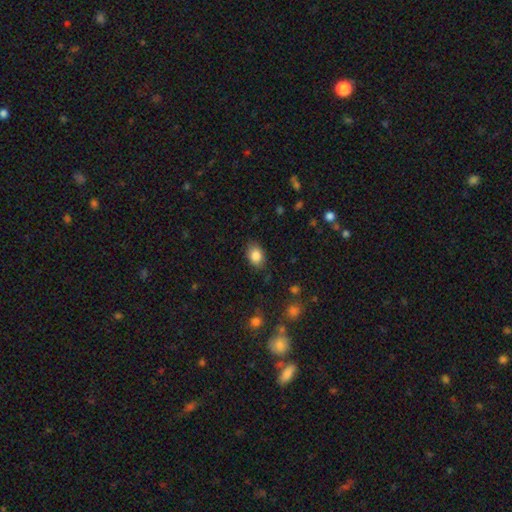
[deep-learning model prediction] Overall: smooth (85%). How rounded: in between (76%). Merging: none (83%).